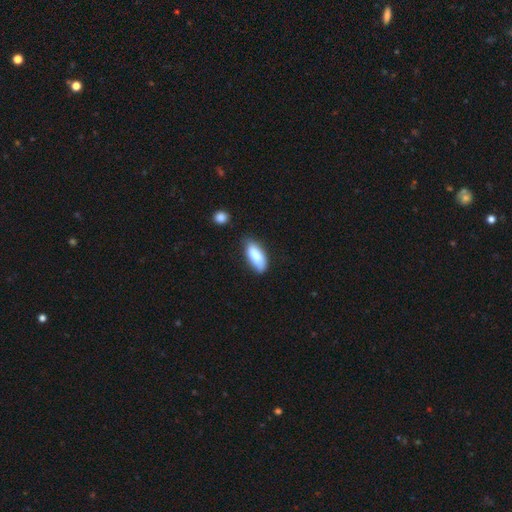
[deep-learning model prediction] smooth-or-featured: smooth: 81% | featured or disk: 13% | star or artifact: 7%
  how-rounded: in between: 78% | cigar-shaped: 20% | round: 2%
  merging: none: 59% | minor disturbance: 29% | major disturbance: 7% | merger: 5%